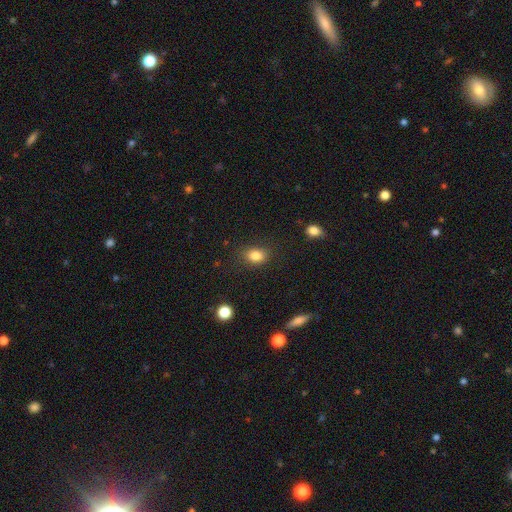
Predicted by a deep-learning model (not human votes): smooth_or_featured: smooth (p=0.84) [alt: star or artifact p=0.10]
how_rounded: in between (p=0.67) [alt: round p=0.31]
merging: none (p=0.82) [alt: minor disturbance p=0.13]